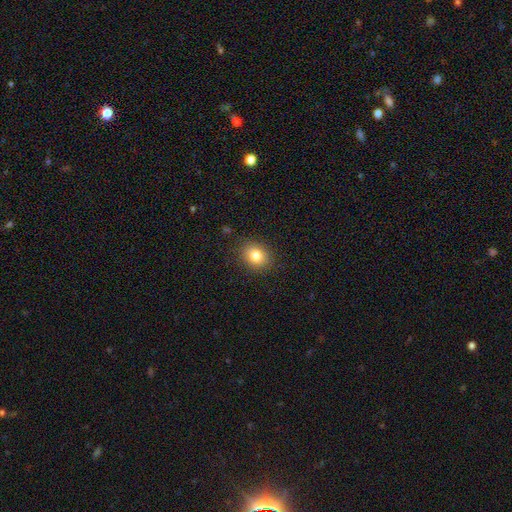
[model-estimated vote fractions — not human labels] Smooth or featured? Predicted: smooth (p=0.81). How rounded? Predicted: round (p=0.57). Merging? Predicted: none (p=0.87).